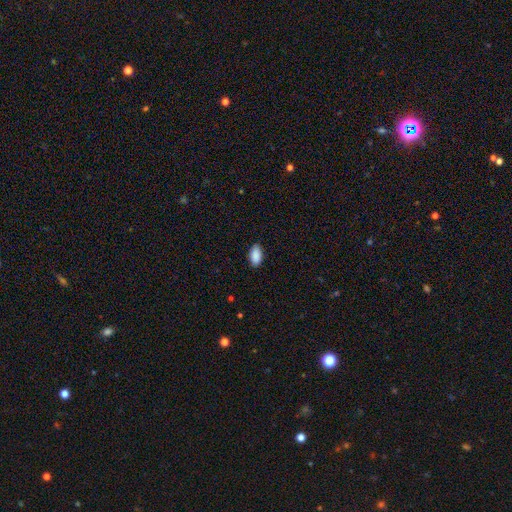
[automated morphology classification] Smooth or featured? smooth (90%)
How rounded? in between (94%)
Merging? none (85%)